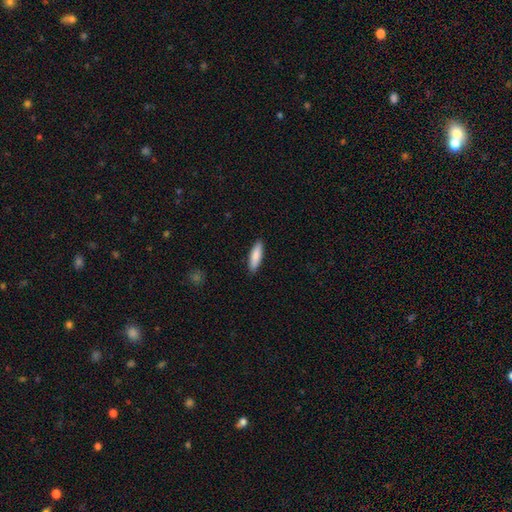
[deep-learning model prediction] smooth 85%, featured or disk 10%, star or artifact 5%. Down the decision tree: how rounded — cigar-shaped (67%); merging — none (90%).